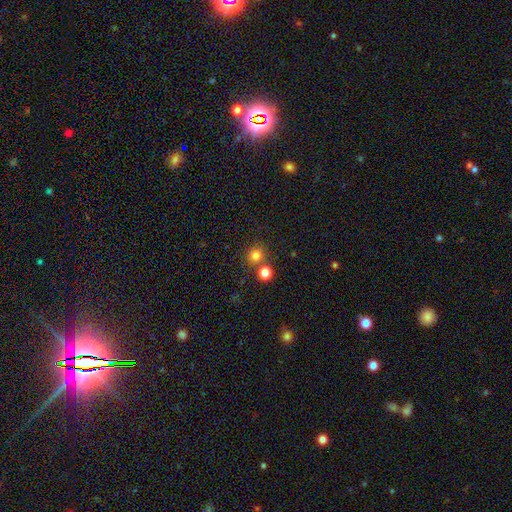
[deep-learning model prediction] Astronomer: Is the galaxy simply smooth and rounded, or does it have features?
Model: smooth — 79%.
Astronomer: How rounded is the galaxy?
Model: round — 90%.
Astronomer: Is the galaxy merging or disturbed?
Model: none — 70%.